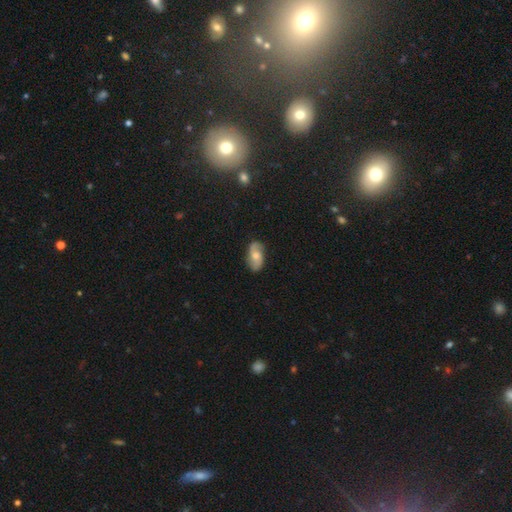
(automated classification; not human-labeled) smooth-or-featured: featured or disk: 59% | smooth: 34% | star or artifact: 7%
  disk-edge-on: no: 95% | yes: 5%
    bar: no: 64% | weak: 30% | strong: 5%
    has-spiral-arms: yes: 90% | no: 10%
      spiral-winding: loose: 46% | medium: 37% | tight: 17%
      spiral-arm-count: 2: 88% | can't tell: 6% | 1: 3% | 3: 1% | 4: 1% | more than 4: 1%
    bulge-size: moderate: 64% | small: 25% | large: 6% | none: 3% | dominant: 1%
  merging: none: 80% | minor disturbance: 15% | major disturbance: 4% | merger: 1%